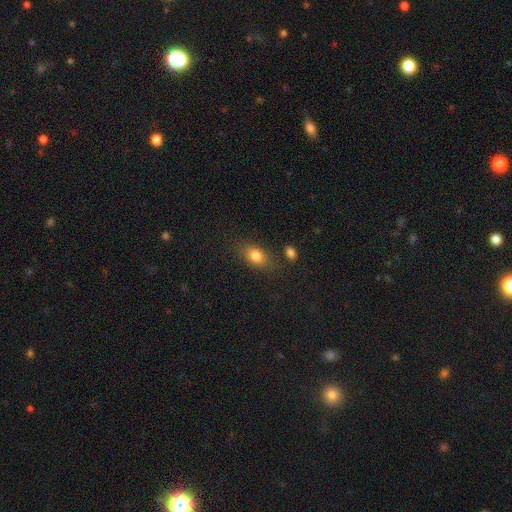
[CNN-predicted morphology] The model was most divided on "how rounded": in between: 78%, round: 18%, cigar-shaped: 4%. More confident: smooth or featured — smooth (80%); merging — none (76%).